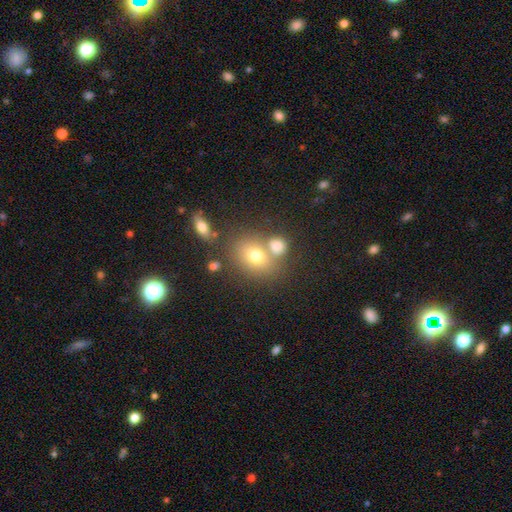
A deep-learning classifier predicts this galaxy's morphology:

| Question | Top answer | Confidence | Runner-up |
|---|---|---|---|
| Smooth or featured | smooth | 71% | featured or disk (15%) |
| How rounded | in between | 50% | round (49%) |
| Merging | none | 52% | merger (32%) |